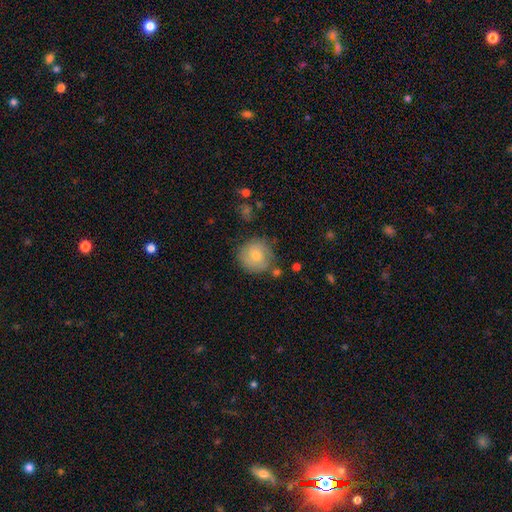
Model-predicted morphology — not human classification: A smooth galaxy with no disk features (69%) that is round (93%). Merging: none (75%).